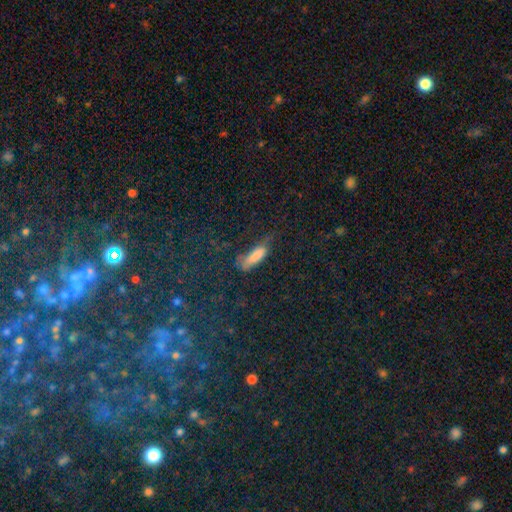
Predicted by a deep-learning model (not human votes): A smooth galaxy with no disk features (70%) that is in between round and cigar-shaped (48%, tied with cigar-shaped). Merging: none (50%).